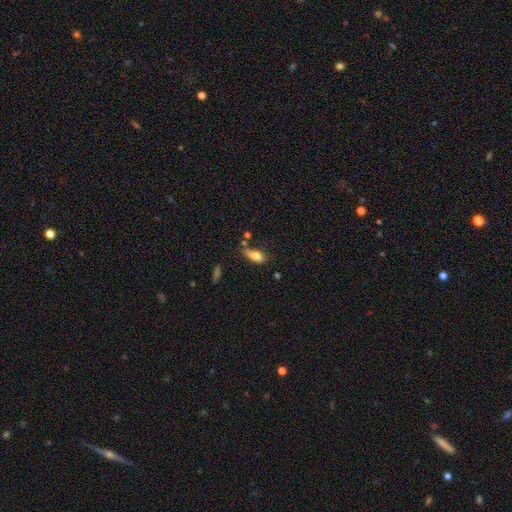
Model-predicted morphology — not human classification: smooth_or_featured: smooth (p=0.72) [alt: featured or disk p=0.19]
how_rounded: in between (p=0.70) [alt: cigar-shaped p=0.25]
merging: none (p=0.36) [alt: minor disturbance p=0.29]